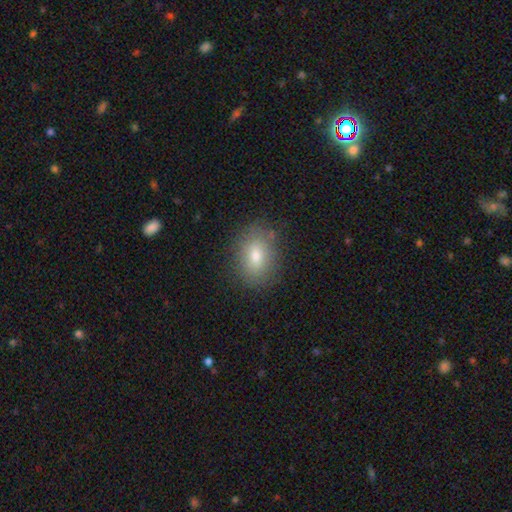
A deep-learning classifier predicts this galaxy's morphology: smooth 75%, featured or disk 15%, star or artifact 10%. Down the decision tree: how rounded — in between (73%); merging — none (83%).